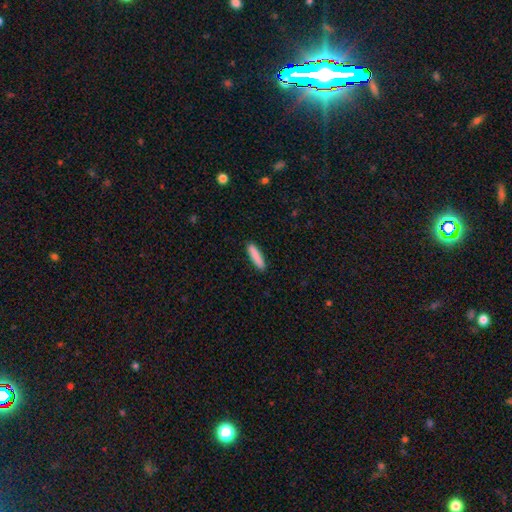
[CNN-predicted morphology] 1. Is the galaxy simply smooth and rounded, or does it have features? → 88% smooth, 6% featured or disk, 6% star or artifact.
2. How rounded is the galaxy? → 81% cigar-shaped, 18% in between, 1% round.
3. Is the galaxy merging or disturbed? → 90% none, 7% minor disturbance, 2% major disturbance, 1% merger.